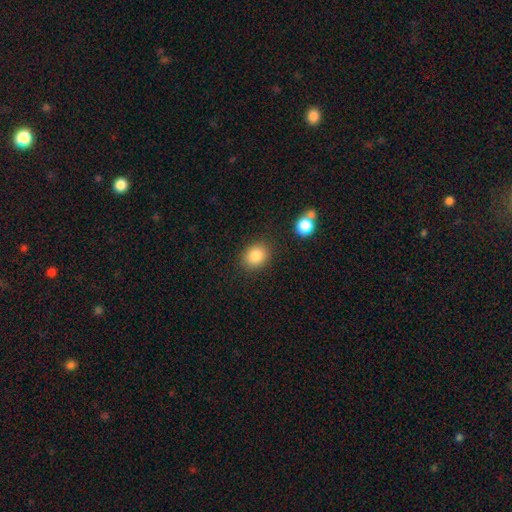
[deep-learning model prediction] smooth-or-featured: smooth: 85% | star or artifact: 9% | featured or disk: 6%
  how-rounded: round: 56% | in between: 43% | cigar-shaped: 1%
  merging: none: 84% | minor disturbance: 9% | merger: 3% | major disturbance: 3%